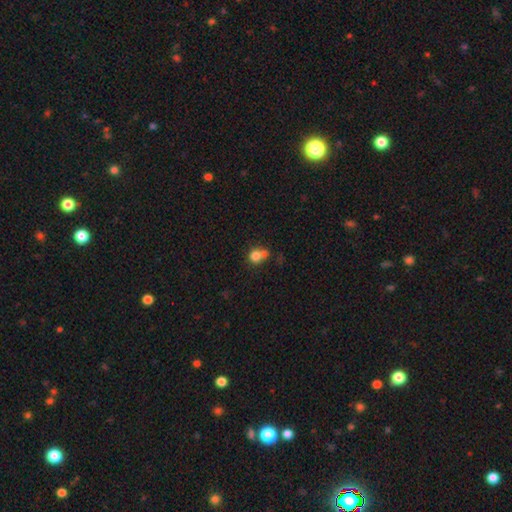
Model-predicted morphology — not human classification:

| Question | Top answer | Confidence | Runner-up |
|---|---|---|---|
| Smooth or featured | smooth | 78% | star or artifact (11%) |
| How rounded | round | 78% | in between (21%) |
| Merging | none | 41% | merger (36%) |